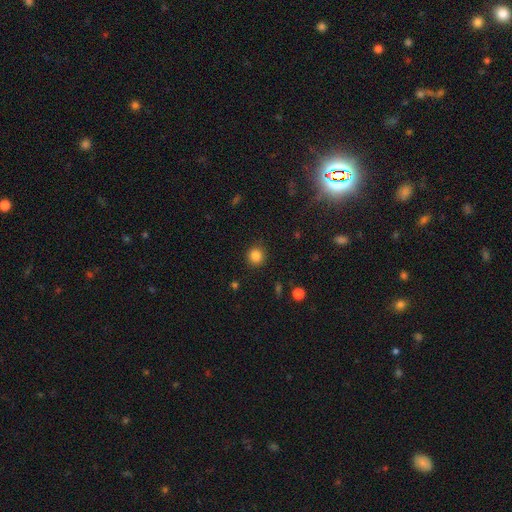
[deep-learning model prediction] smooth_or_featured: smooth (p=0.85) [alt: star or artifact p=0.11]
how_rounded: round (p=0.91) [alt: in between p=0.08]
merging: none (p=0.90) [alt: minor disturbance p=0.07]